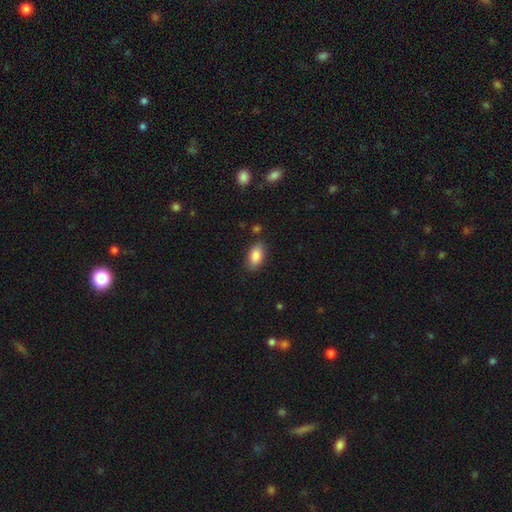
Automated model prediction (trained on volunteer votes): A smooth galaxy with no disk features (87%) that is in between round and cigar-shaped (92%).

Vote fractions:
- Smooth or featured? smooth: 87% / star or artifact: 7% / featured or disk: 5%
- How rounded? in between: 92% / round: 5% / cigar-shaped: 3%
- Merging? none: 83% / minor disturbance: 12% / major disturbance: 3% / merger: 2%